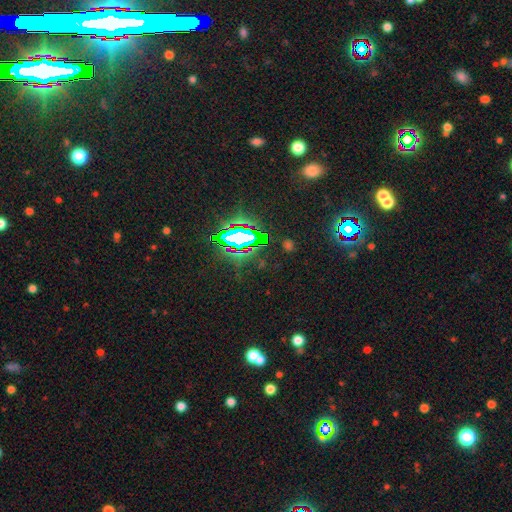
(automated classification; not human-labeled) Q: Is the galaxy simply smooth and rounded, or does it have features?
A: star or artifact — 77%.